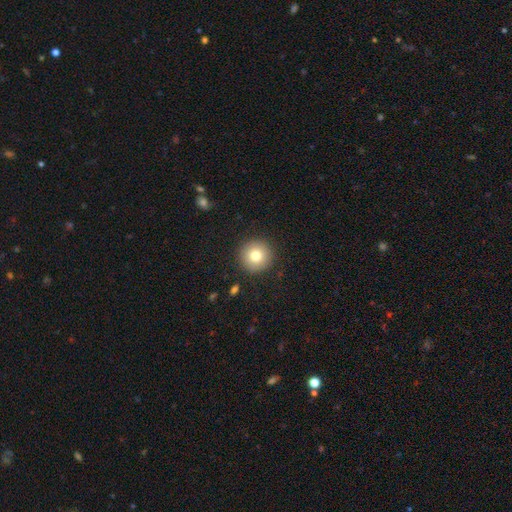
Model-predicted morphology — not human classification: Smooth or featured? Predicted: smooth (p=0.78). How rounded? Predicted: round (p=0.96). Merging? Predicted: none (p=0.91).